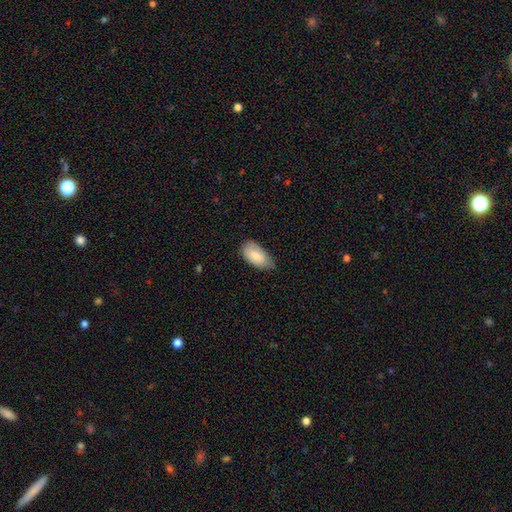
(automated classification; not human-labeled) Smooth or featured? Predicted: smooth (p=0.83). How rounded? Predicted: in between (p=0.95). Merging? Predicted: none (p=0.50).